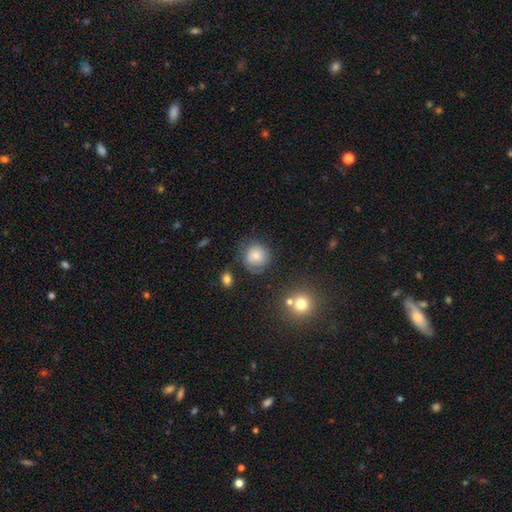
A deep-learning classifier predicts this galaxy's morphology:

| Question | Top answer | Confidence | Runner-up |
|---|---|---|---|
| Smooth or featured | smooth | 70% | featured or disk (19%) |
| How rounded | round | 88% | in between (12%) |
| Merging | none | 65% | minor disturbance (21%) |